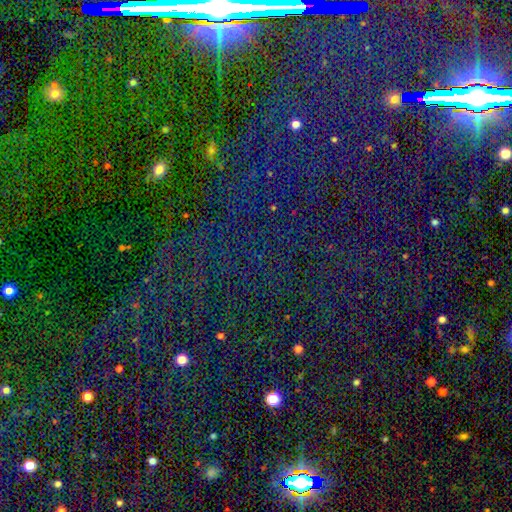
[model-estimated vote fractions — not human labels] Smooth or featured?
  - star or artifact: 82% *
  - smooth: 11%
  - featured or disk: 7%